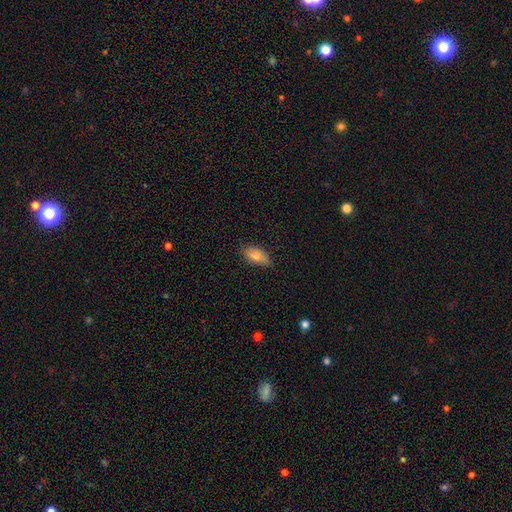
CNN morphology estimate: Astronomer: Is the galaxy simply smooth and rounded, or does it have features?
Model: smooth — 77%.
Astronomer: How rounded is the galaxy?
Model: in between — 88%.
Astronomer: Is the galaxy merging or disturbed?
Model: none — 77%.